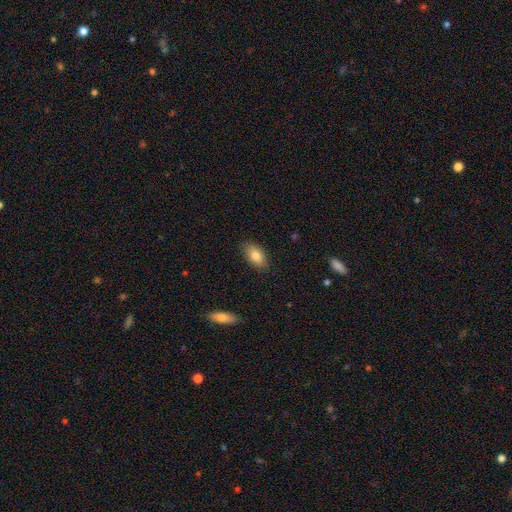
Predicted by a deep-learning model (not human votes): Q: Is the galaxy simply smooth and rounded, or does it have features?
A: smooth — 83%.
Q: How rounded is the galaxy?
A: in between — 91%.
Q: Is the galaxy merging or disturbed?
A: none — 85%.